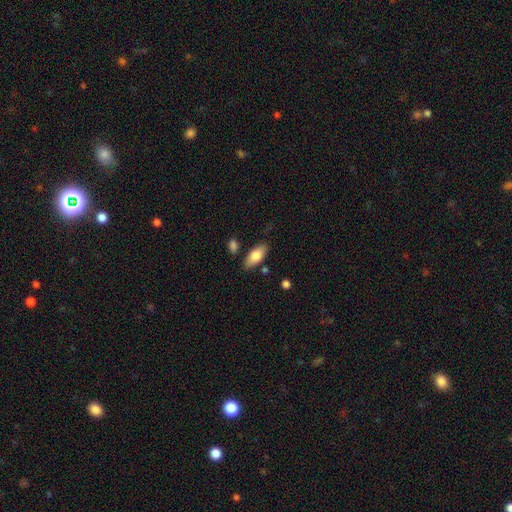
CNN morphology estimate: This is likely a smooth galaxy (78%). How rounded: clearly in between (86%). Merging: clearly none (81%).